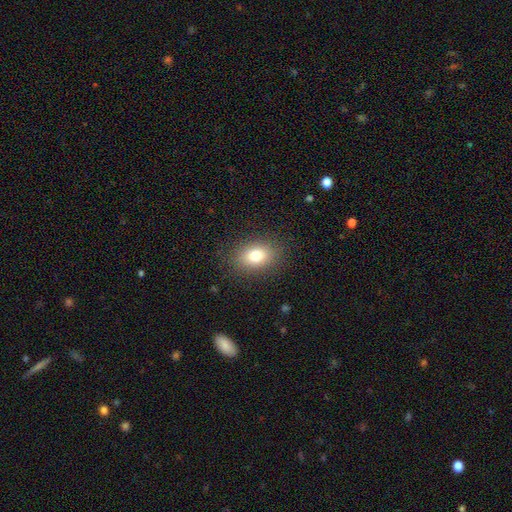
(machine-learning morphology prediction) A smooth galaxy with no disk features (79%) that is in between round and cigar-shaped (72%). Merging: none (87%).